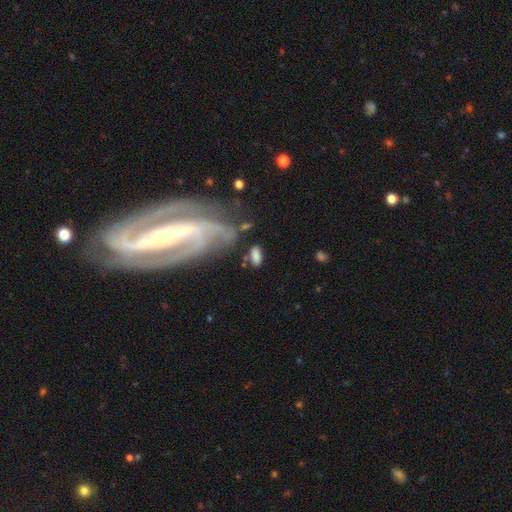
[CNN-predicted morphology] The model was most divided on "merging": none: 69%, minor disturbance: 16%, major disturbance: 8%, merger: 8%. More confident: how rounded — in between (87%); smooth or featured — smooth (78%).